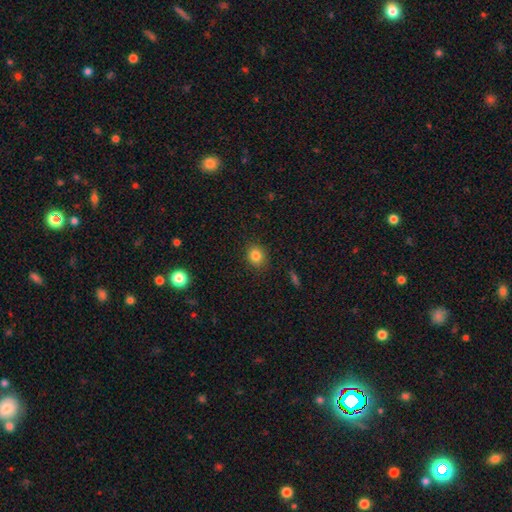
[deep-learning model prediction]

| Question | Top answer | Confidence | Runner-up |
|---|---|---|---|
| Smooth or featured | smooth | 83% | star or artifact (11%) |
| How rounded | round | 69% | in between (30%) |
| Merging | none | 89% | minor disturbance (8%) |